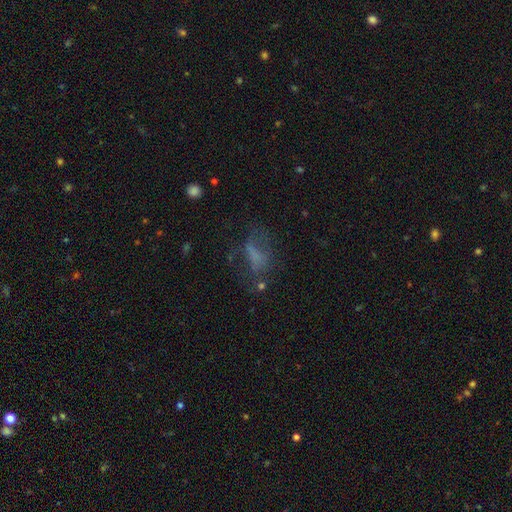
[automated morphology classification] Smooth or featured? smooth (47%)
Merging? none (46%)